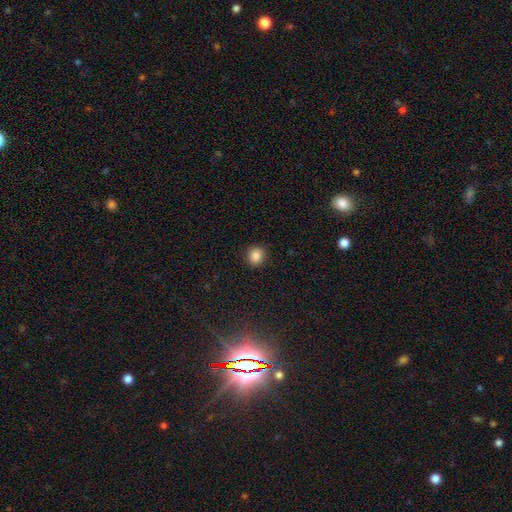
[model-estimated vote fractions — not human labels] smooth 85%, star or artifact 10%, featured or disk 4%. Down the decision tree: how rounded — round (84%); merging — none (91%).